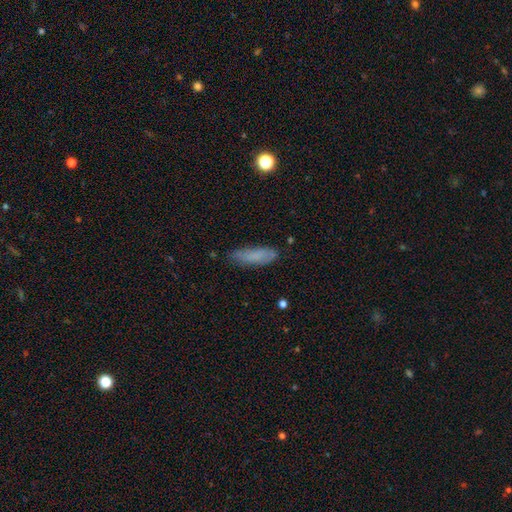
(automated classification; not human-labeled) This appears to be a smooth galaxy with no disk features (75%) that is cigar-shaped (52%). Merging: none (72%).